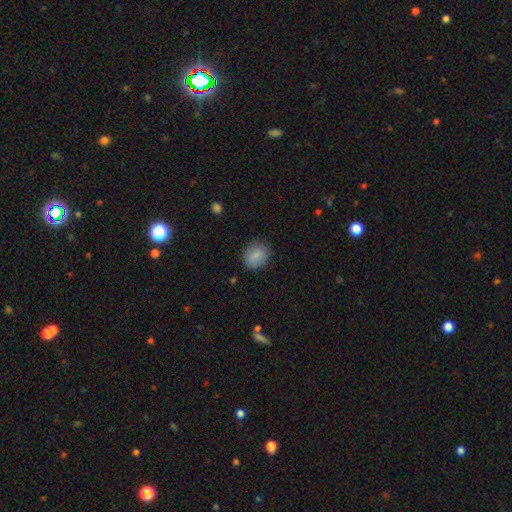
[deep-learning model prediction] Q: Smooth or featured?
A: smooth (85%); runner-up: star or artifact (8%)
Q: How rounded?
A: round (53%); runner-up: in between (45%)
Q: Merging?
A: none (83%); runner-up: minor disturbance (12%)